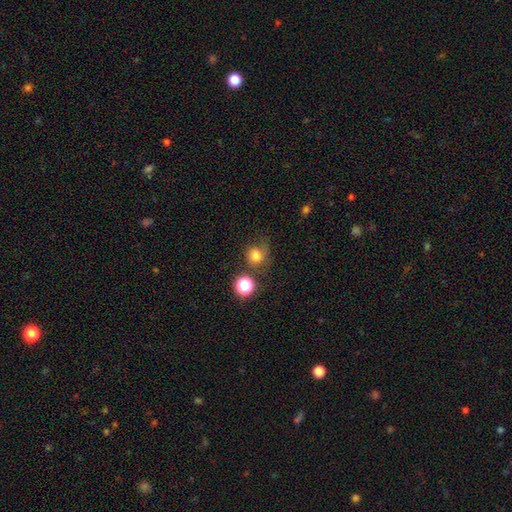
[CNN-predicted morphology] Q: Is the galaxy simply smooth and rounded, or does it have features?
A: smooth — 77%.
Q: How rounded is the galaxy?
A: round — 84%.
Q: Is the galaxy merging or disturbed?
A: none — 57%.